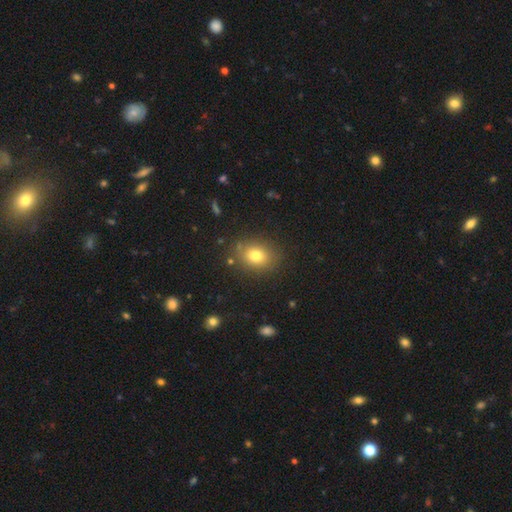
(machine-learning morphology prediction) Smooth or featured?
  - smooth: 78% *
  - star or artifact: 12%
  - featured or disk: 10%
How rounded?
  - in between: 55% *
  - round: 44%
  - cigar-shaped: 1%
Merging?
  - none: 82% *
  - minor disturbance: 12%
  - major disturbance: 4%
  - merger: 2%